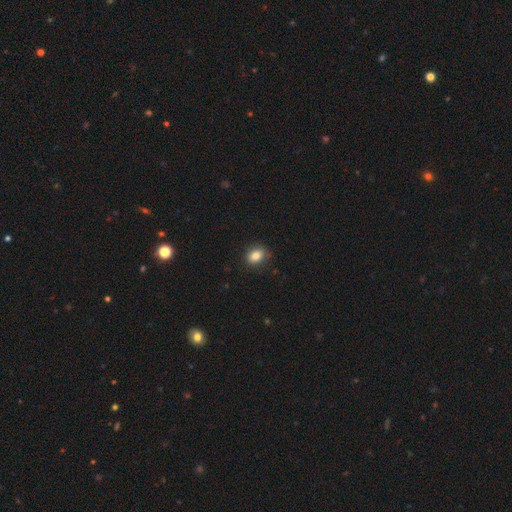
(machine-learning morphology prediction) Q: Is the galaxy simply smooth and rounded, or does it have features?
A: smooth — 84%.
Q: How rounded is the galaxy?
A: in between — 64%.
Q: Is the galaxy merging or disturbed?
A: none — 85%.